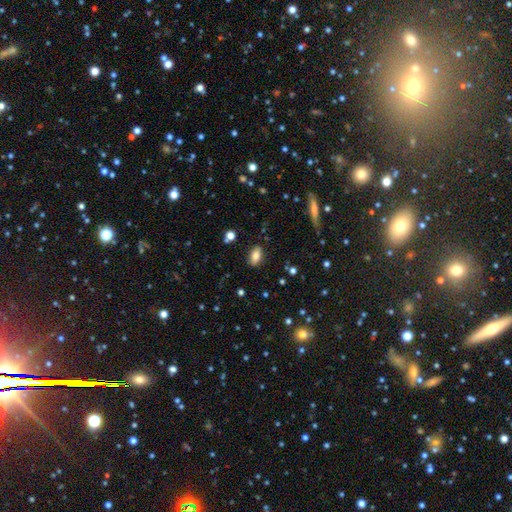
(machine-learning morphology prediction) The model was most divided on "smooth or featured": smooth: 81%, featured or disk: 11%, star or artifact: 9%. More confident: how rounded — in between (90%); merging — none (86%).